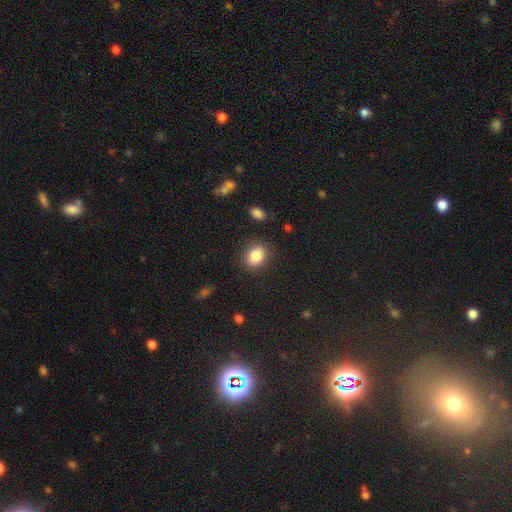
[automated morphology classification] Smooth or featured? Predicted: smooth (p=0.86). How rounded? Predicted: in between (p=0.61). Merging? Predicted: none (p=0.83).